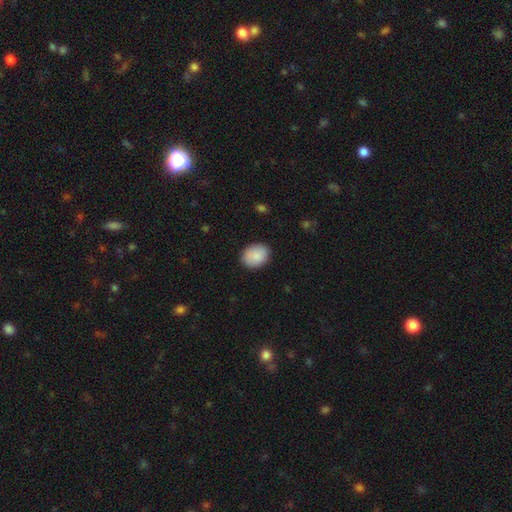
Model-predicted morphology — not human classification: Smooth or featured?
  - smooth: 89% *
  - star or artifact: 6%
  - featured or disk: 5%
How rounded?
  - in between: 64% *
  - round: 35%
  - cigar-shaped: 1%
Merging?
  - none: 87% *
  - minor disturbance: 9%
  - major disturbance: 2%
  - merger: 1%